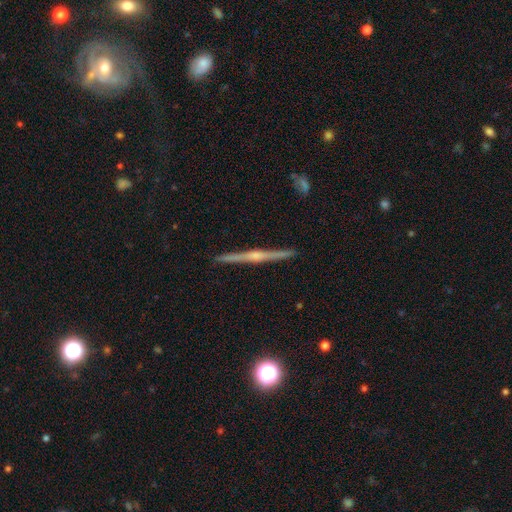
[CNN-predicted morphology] A featured or disk galaxy (81%) viewed edge-on (99%) with a rounded central bulge (78%).

Vote fractions:
- Smooth or featured? featured or disk: 81% / smooth: 13% / star or artifact: 6%
- Edge-on disk? yes: 99% / no: 1%
- Edge-on bulge? rounded: 78% / none: 13% / boxy: 9%
- Merging? none: 93% / minor disturbance: 5% / major disturbance: 1% / merger: 1%